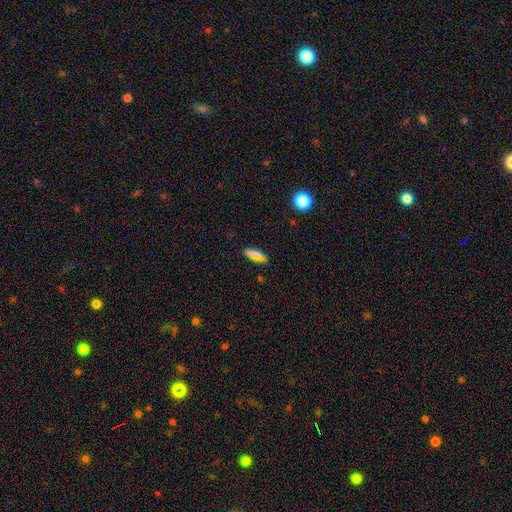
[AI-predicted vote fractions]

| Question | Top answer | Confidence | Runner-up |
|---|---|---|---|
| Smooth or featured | smooth | 77% | featured or disk (13%) |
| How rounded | cigar-shaped | 49% | in between (48%) |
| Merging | none | 77% | minor disturbance (17%) |